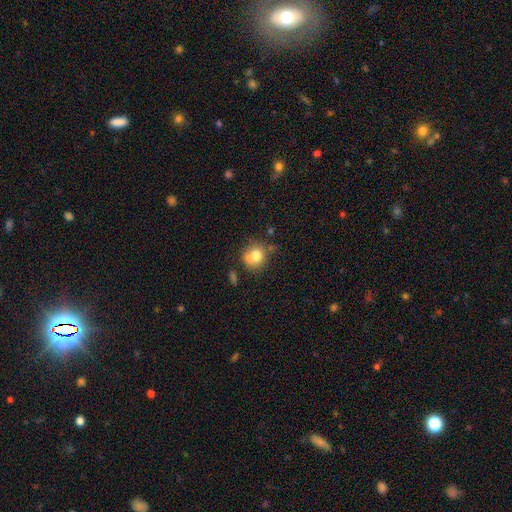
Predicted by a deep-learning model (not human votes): The model was most divided on "merging": none: 51%, merger: 28%, minor disturbance: 15%, major disturbance: 6%. More confident: how rounded — round (83%); smooth or featured — smooth (74%).